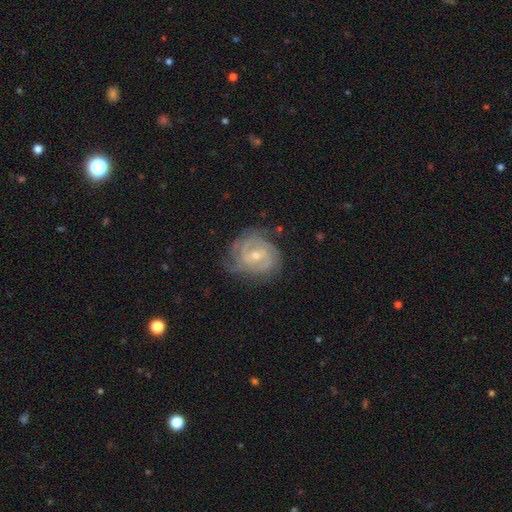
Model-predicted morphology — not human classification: Smooth or featured? Predicted: featured or disk (p=0.87). Edge-on disk? Predicted: no (p=0.98). Bar? Predicted: weak (p=0.47). Spiral arms? Predicted: yes (p=0.97). Spiral winding? Predicted: tight (p=0.69). Spiral arm count? Predicted: 2 (p=0.34). Bulge size? Predicted: small (p=0.54). Merging? Predicted: none (p=0.71).